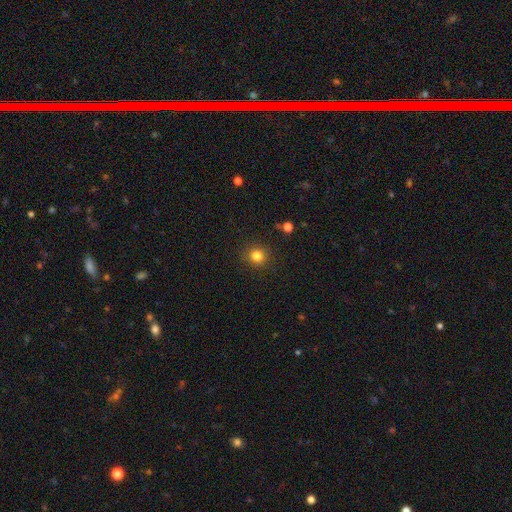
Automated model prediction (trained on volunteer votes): Overall: smooth (82%). How rounded: round (90%). Merging: none (89%).